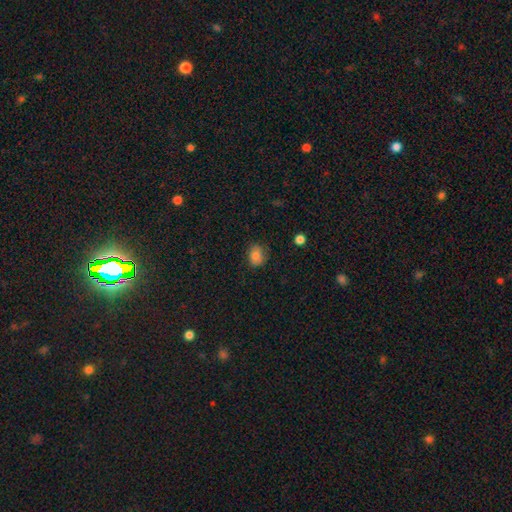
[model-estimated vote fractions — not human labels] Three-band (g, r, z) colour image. It shows a smooth galaxy with no disk features (82%) that is in between round and cigar-shaped (55%). Merging: none (75%).